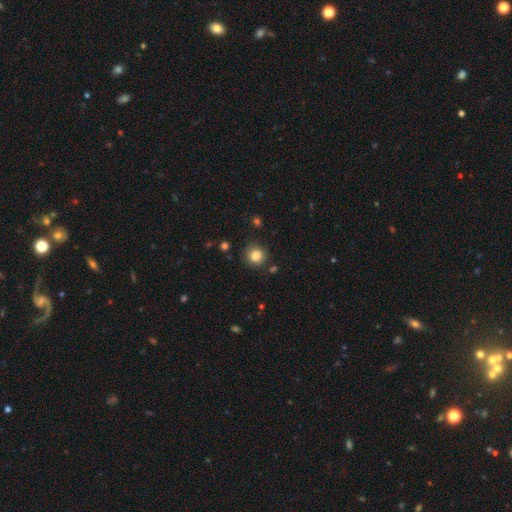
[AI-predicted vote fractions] smooth_or_featured: smooth (p=0.83) [alt: star or artifact p=0.11]
how_rounded: round (p=0.92) [alt: in between p=0.07]
merging: none (p=0.87) [alt: minor disturbance p=0.08]